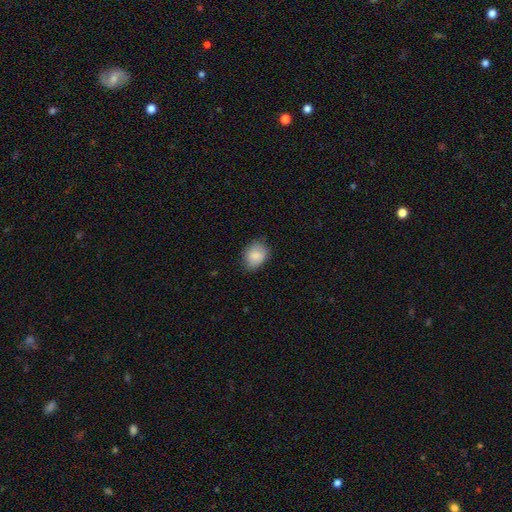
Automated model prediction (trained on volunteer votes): Overall: smooth (85%). How rounded: in between (63%; round 36%). Merging: none (75%).